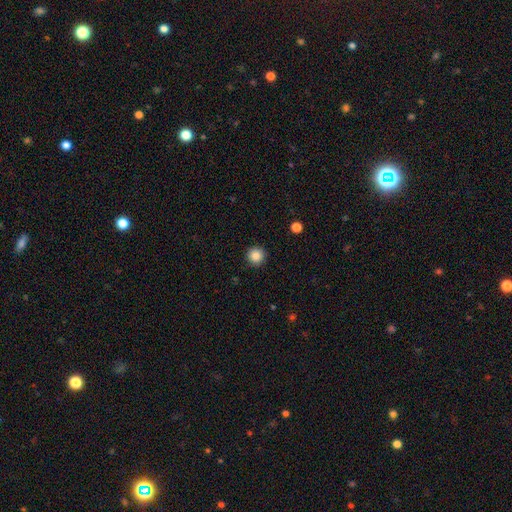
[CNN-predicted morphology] Overall: smooth (86%). How rounded: round (95%). Merging: none (90%).